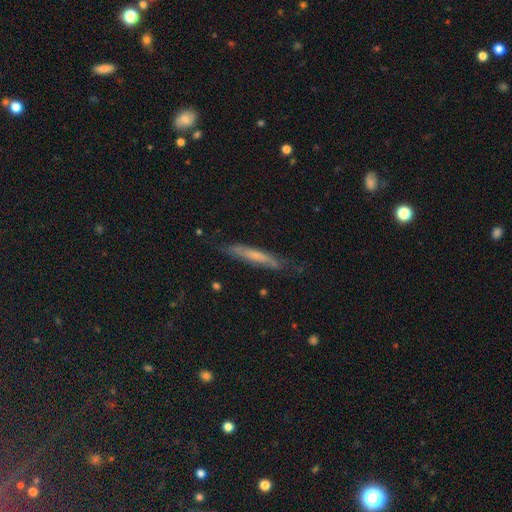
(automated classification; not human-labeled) Smooth or featured? Predicted: featured or disk (p=0.49). Merging? Predicted: none (p=0.74).